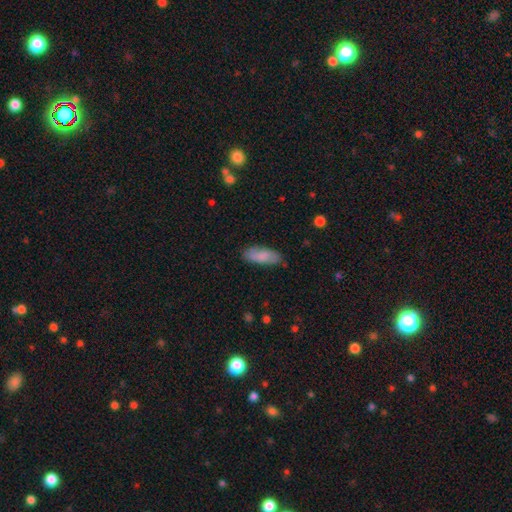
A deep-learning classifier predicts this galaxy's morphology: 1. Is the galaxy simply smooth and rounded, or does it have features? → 73% smooth, 19% featured or disk, 9% star or artifact.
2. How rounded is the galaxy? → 67% in between, 31% cigar-shaped, 2% round.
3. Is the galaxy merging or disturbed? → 84% none, 12% minor disturbance, 2% major disturbance, 1% merger.